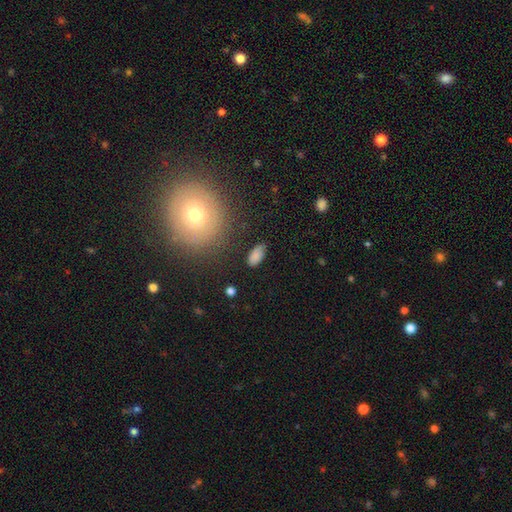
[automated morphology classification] This is clearly a smooth galaxy (84%). How rounded: clearly in between (92%). Merging: likely none (78%).